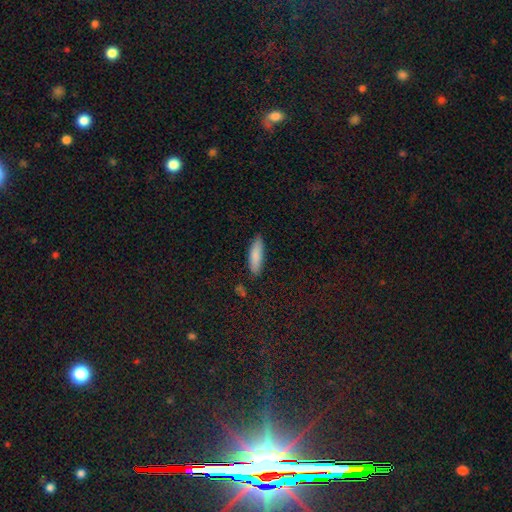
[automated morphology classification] Smooth or featured?
  - smooth: 86% *
  - featured or disk: 8%
  - star or artifact: 6%
How rounded?
  - cigar-shaped: 51% *
  - in between: 48%
  - round: 2%
Merging?
  - none: 83% *
  - minor disturbance: 13%
  - major disturbance: 2%
  - merger: 1%